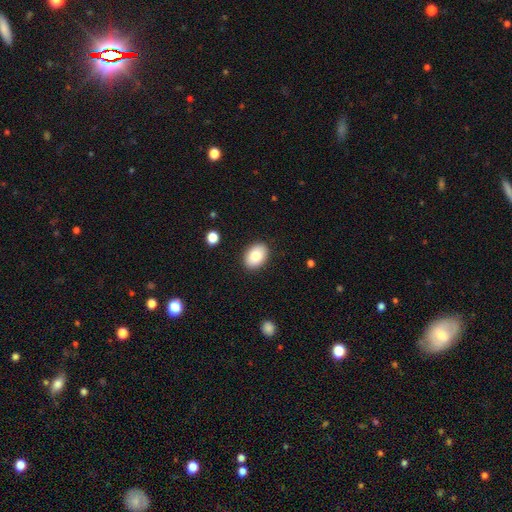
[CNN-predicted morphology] Q: Smooth or featured?
A: smooth (84%); runner-up: featured or disk (9%)
Q: How rounded?
A: in between (82%); runner-up: round (17%)
Q: Merging?
A: none (89%); runner-up: minor disturbance (8%)